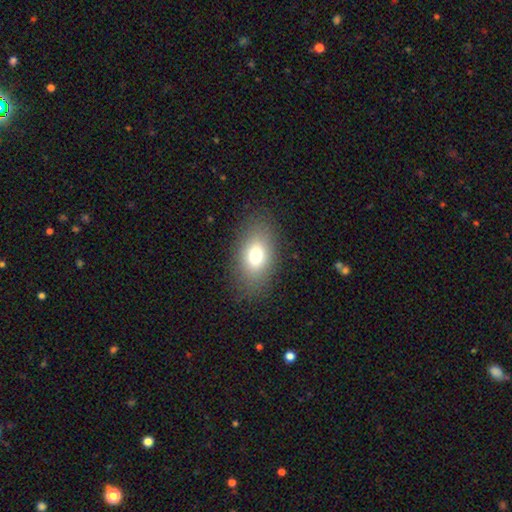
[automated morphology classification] Smooth or featured: smooth — 74% (featured or disk — 15%)
How rounded: in between — 86% (round — 12%)
Merging: none — 83% (minor disturbance — 11%)